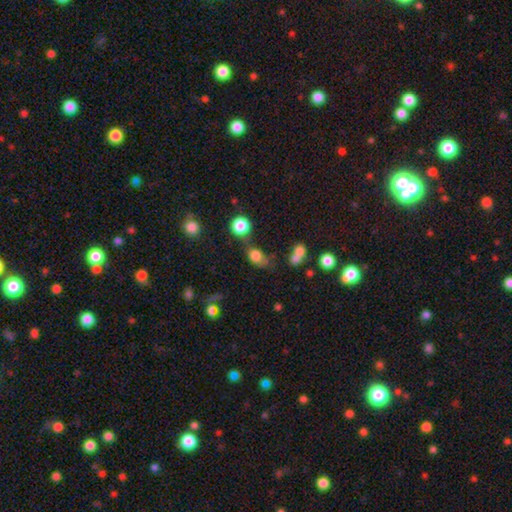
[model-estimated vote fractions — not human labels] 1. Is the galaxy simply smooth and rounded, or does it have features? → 76% smooth, 14% star or artifact, 11% featured or disk.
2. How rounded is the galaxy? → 60% in between, 37% round, 3% cigar-shaped.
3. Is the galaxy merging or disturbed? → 41% none, 23% minor disturbance, 22% merger, 14% major disturbance.